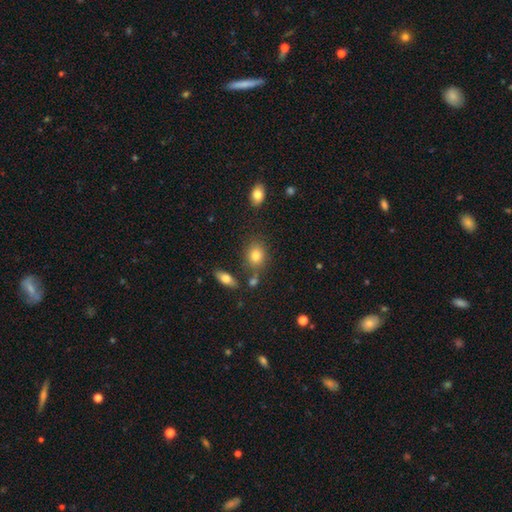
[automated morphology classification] Smooth or featured? Predicted: smooth (p=0.80). How rounded? Predicted: round (p=0.53). Merging? Predicted: none (p=0.73).